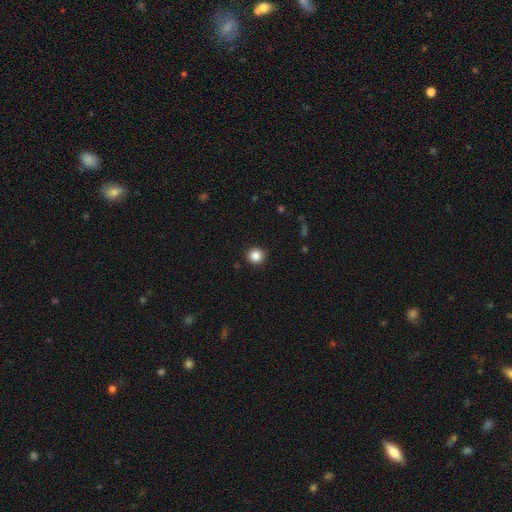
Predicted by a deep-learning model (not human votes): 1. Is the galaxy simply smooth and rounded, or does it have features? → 85% smooth, 10% star or artifact, 4% featured or disk.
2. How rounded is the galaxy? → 93% round, 6% in between, 1% cigar-shaped.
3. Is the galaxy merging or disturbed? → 92% none, 5% minor disturbance, 2% major disturbance, 1% merger.